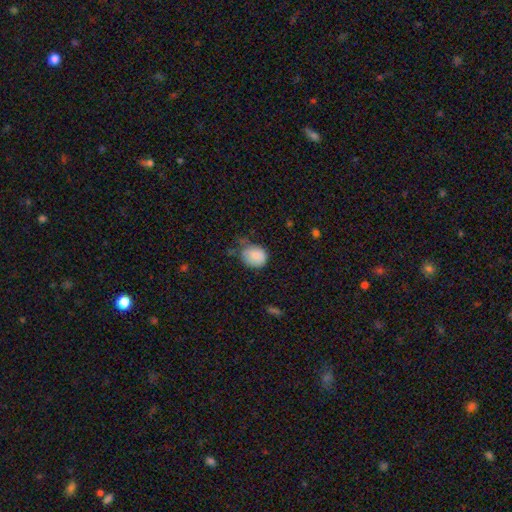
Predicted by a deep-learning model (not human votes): Overall: smooth (85%). How rounded: round (59%; in between 40%). Merging: none (41%; minor disturbance 40%).